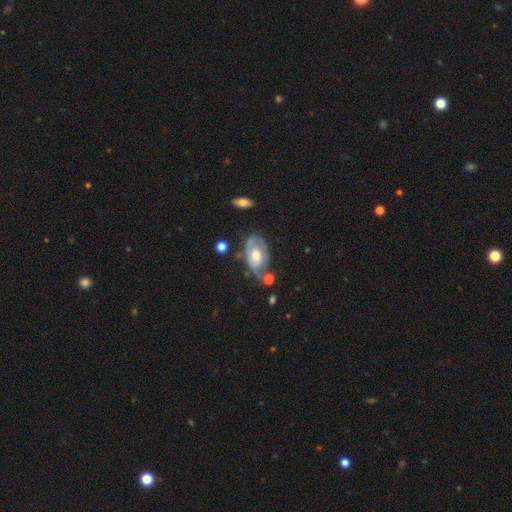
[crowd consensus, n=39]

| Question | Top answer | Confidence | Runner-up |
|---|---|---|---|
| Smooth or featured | featured or disk | 62% | smooth (33%) |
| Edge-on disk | no | 83% | yes (17%) |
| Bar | no | 65% | weak (35%) |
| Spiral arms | yes | 60% | no (40%) |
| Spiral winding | medium | 50% | tight (33%) |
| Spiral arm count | can't tell | 50% | 2 (25%) |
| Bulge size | moderate | 55% | large (25%) |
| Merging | minor disturbance | 38% | none (32%) |